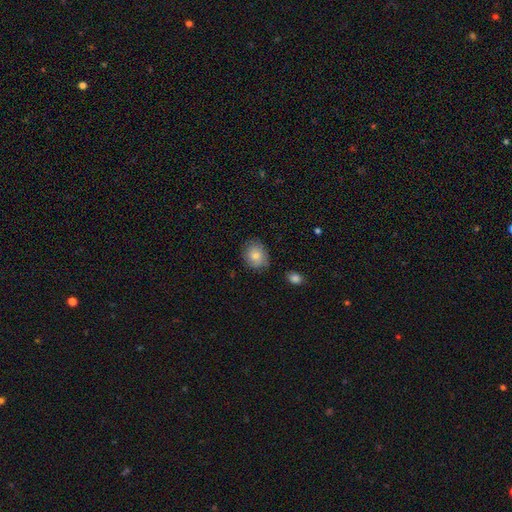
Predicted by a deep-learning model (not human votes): Morphology: type=smooth (80%); roundness=round (59%); merging=none (75%).